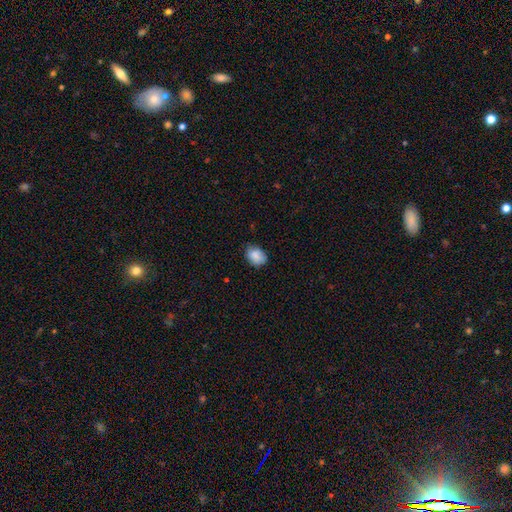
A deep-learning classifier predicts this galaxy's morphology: smooth_or_featured: smooth (p=0.85) [alt: star or artifact p=0.08]
how_rounded: in between (p=0.64) [alt: round p=0.35]
merging: none (p=0.71) [alt: minor disturbance p=0.24]